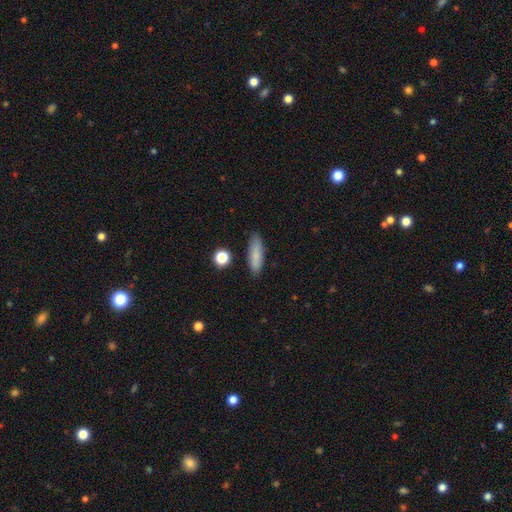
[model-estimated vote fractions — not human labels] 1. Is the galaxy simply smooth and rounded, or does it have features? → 82% smooth, 10% featured or disk, 8% star or artifact.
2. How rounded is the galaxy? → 57% cigar-shaped, 41% in between, 3% round.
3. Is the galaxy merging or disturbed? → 85% none, 11% minor disturbance, 2% major disturbance, 2% merger.